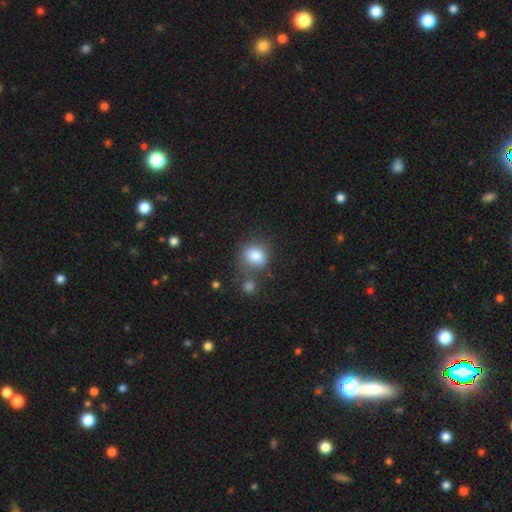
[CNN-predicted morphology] Smooth or featured?
  - smooth: 83% *
  - star or artifact: 10%
  - featured or disk: 7%
How rounded?
  - round: 59% *
  - in between: 39%
  - cigar-shaped: 1%
Merging?
  - none: 62% *
  - minor disturbance: 17%
  - merger: 15%
  - major disturbance: 7%